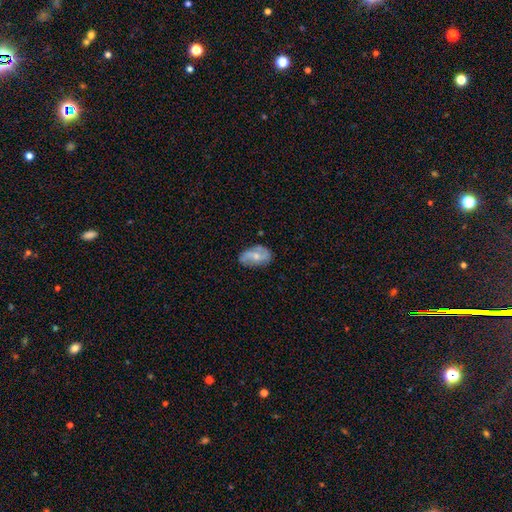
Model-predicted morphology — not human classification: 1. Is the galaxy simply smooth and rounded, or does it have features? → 54% featured or disk, 39% smooth, 7% star or artifact.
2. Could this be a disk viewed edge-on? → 95% no, 5% yes.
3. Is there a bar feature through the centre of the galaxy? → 54% no, 34% weak, 12% strong.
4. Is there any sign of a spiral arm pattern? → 77% yes, 23% no.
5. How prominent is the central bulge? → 48% moderate, 46% small, 3% none, 2% large, 1% dominant.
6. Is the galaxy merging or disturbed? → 67% none, 25% minor disturbance, 6% major disturbance, 2% merger.